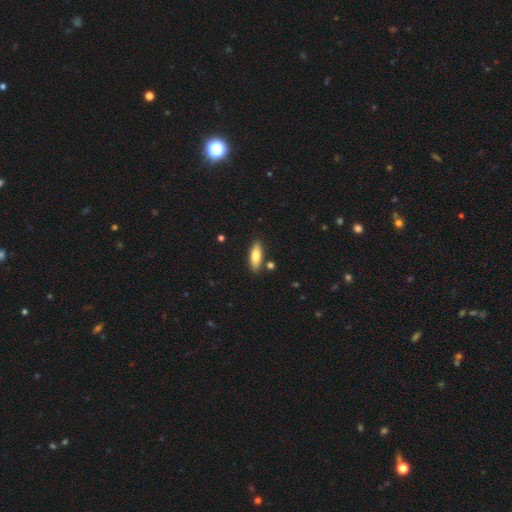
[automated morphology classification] Q: Smooth or featured?
A: smooth (75%); runner-up: featured or disk (19%)
Q: How rounded?
A: in between (53%); runner-up: cigar-shaped (45%)
Q: Merging?
A: none (84%); runner-up: minor disturbance (10%)